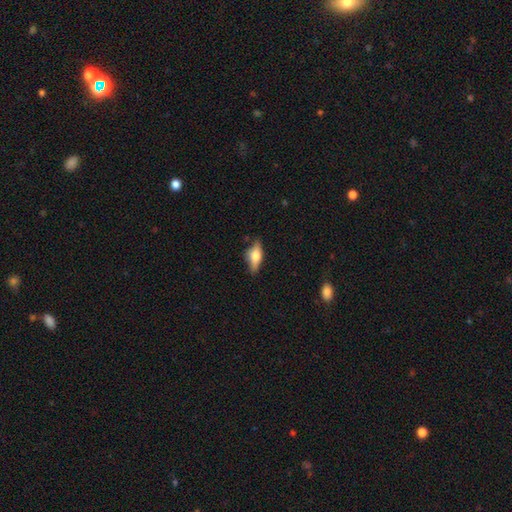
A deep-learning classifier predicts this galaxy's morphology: smooth 52%, featured or disk 40%, star or artifact 8%. Down the decision tree: how rounded — in between (69%); merging — none (75%).